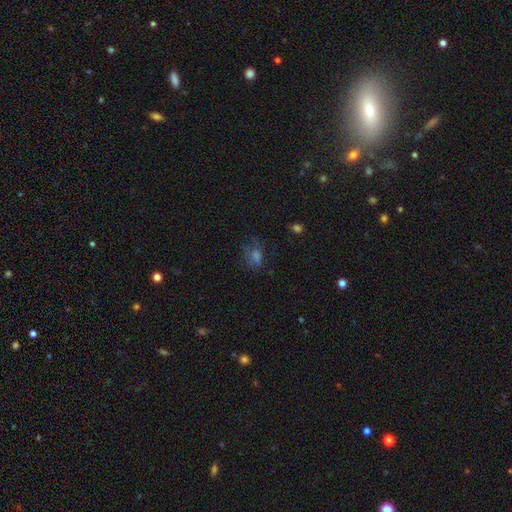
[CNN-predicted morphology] The model was most divided on "smooth or featured": smooth: 45%, star or artifact: 32%, featured or disk: 22%. More confident: merging — none (59%).